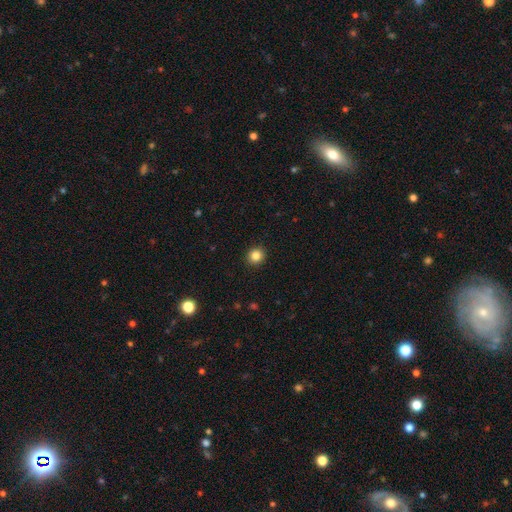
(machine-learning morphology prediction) Smooth or featured? Predicted: smooth (p=0.84). How rounded? Predicted: round (p=0.88). Merging? Predicted: none (p=0.92).